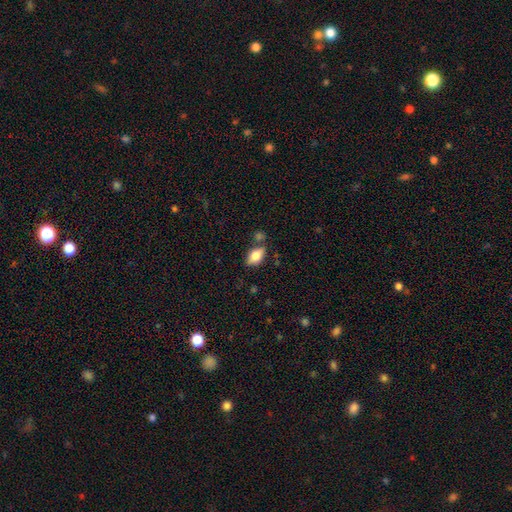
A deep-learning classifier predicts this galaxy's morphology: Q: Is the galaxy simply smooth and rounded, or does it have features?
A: smooth — 68%.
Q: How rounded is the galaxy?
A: in between — 86%.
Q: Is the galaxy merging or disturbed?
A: none — 71%.